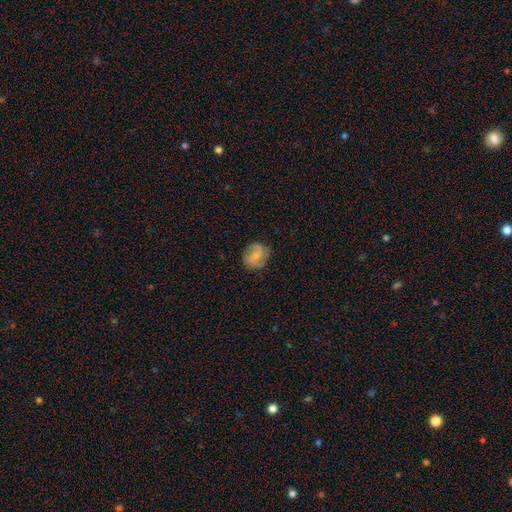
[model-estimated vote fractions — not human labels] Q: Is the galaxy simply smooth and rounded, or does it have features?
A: smooth — 47%.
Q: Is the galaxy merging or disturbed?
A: none — 77%.